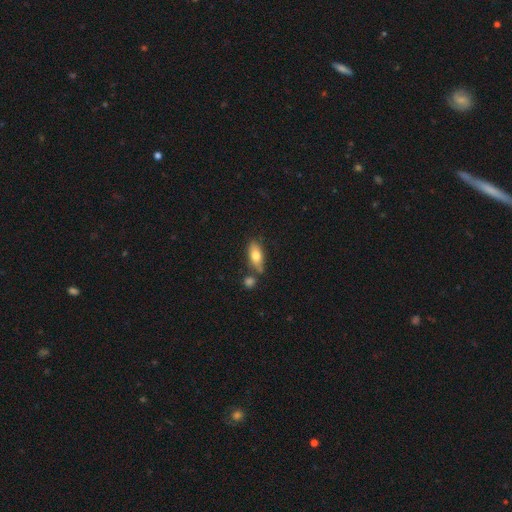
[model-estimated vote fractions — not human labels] This appears to be a smooth galaxy with no disk features (72%) that is in between round and cigar-shaped (79%). Merging: none (62%).